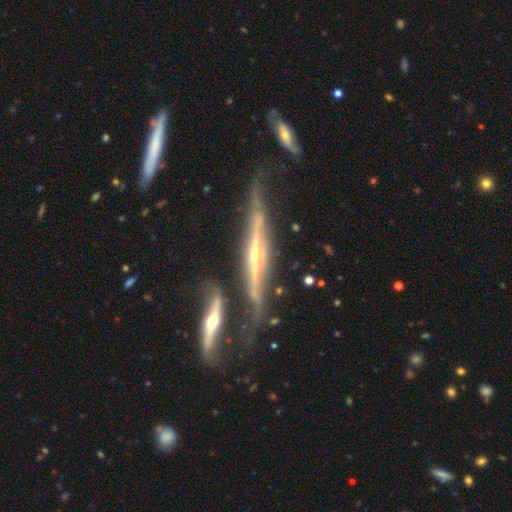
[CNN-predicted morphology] A featured or disk galaxy (86%) viewed edge-on (88%) with a rounded central bulge (73%). Merging: none (49%).